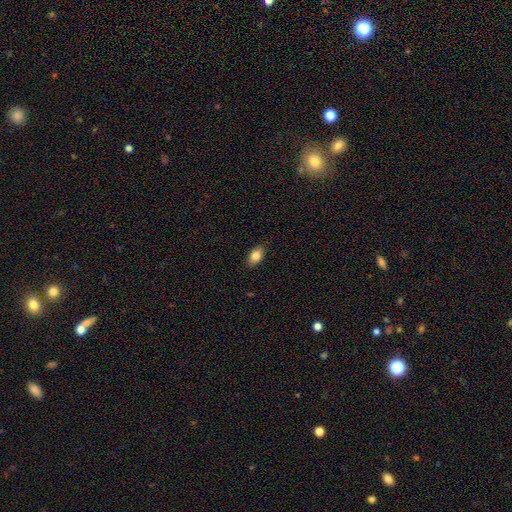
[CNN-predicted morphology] The model was most divided on "how rounded": in between: 85%, round: 13%, cigar-shaped: 2%. More confident: merging — none (86%); smooth or featured — smooth (84%).